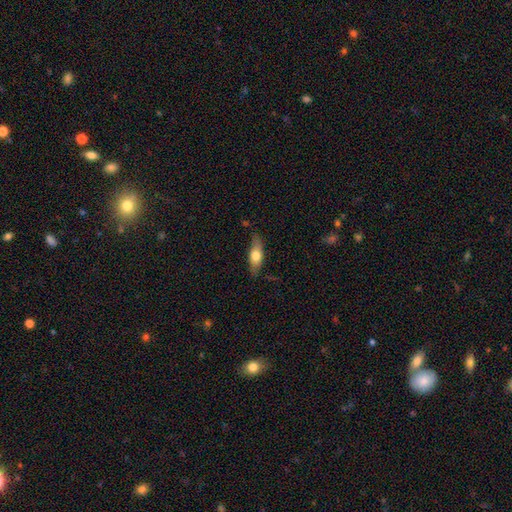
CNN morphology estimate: smooth-or-featured: smooth: 60% | featured or disk: 34% | star or artifact: 6%
  how-rounded: in between: 59% | cigar-shaped: 37% | round: 4%
  merging: none: 75% | minor disturbance: 19% | major disturbance: 4% | merger: 2%